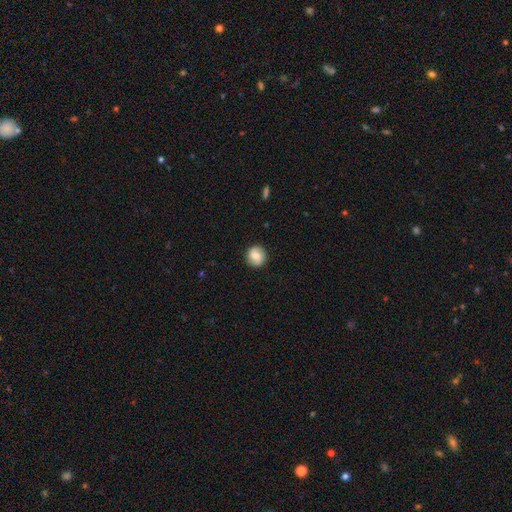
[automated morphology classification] The model was most divided on "smooth or featured": smooth: 69%, featured or disk: 23%, star or artifact: 8%. More confident: how rounded — round (90%); merging — none (88%).